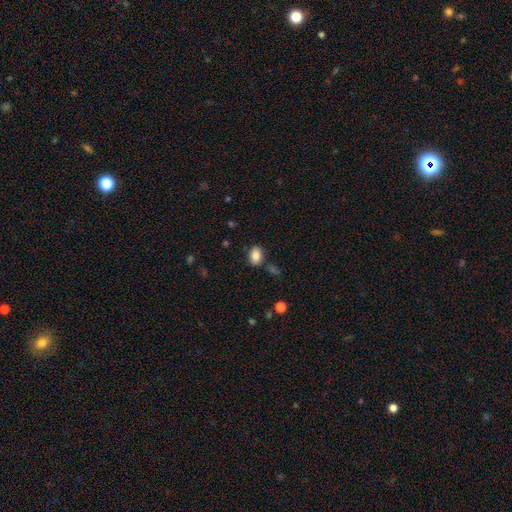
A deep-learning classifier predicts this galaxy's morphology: This appears to be a smooth galaxy with no disk features (85%) that is in between round and cigar-shaped (76%). Merging: none (79%).